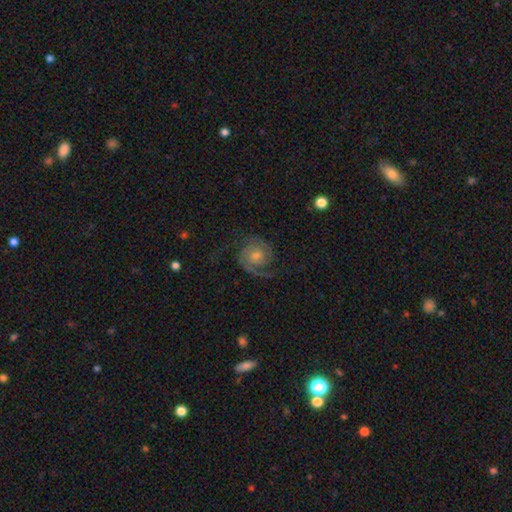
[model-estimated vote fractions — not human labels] Smooth or featured: featured or disk — 86% (smooth — 8%)
Edge-on disk: no — 98% (yes — 2%)
Bar: no — 70% (weak — 25%)
Spiral arms: yes — 97% (no — 3%)
Spiral winding: medium — 45% (tight — 41%)
Spiral arm count: 2 — 85% (can't tell — 4%)
Bulge size: moderate — 48% (small — 44%)
Merging: none — 76% (minor disturbance — 14%)